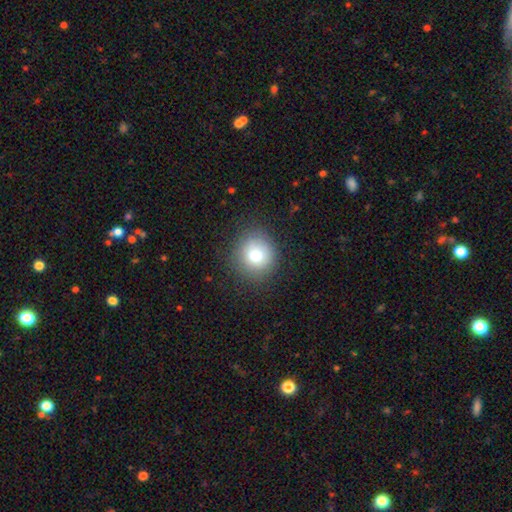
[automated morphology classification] Smooth or featured?
  - smooth: 76% *
  - star or artifact: 12%
  - featured or disk: 12%
How rounded?
  - round: 90% *
  - in between: 9%
  - cigar-shaped: 1%
Merging?
  - none: 84% *
  - minor disturbance: 11%
  - major disturbance: 4%
  - merger: 1%